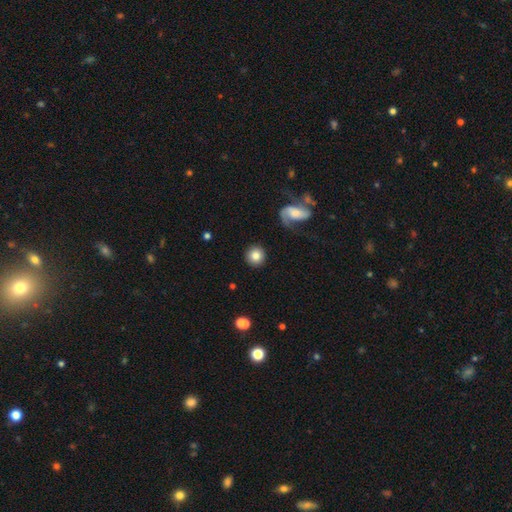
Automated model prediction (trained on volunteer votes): Smooth or featured? smooth (79%)
How rounded? round (92%)
Merging? none (89%)